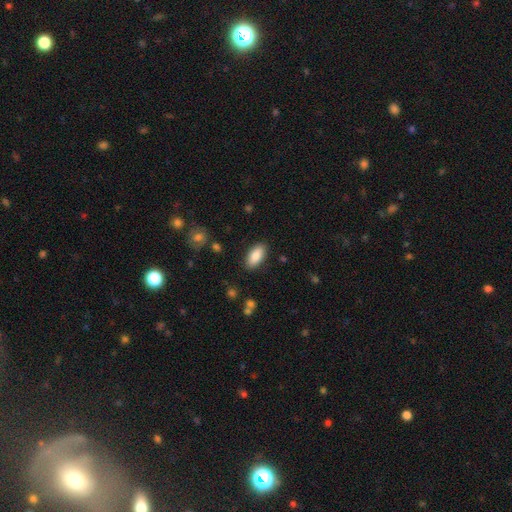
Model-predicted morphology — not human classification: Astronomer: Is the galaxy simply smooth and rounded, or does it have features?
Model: smooth — 86%.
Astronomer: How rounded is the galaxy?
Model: in between — 90%.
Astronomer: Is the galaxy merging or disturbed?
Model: none — 87%.